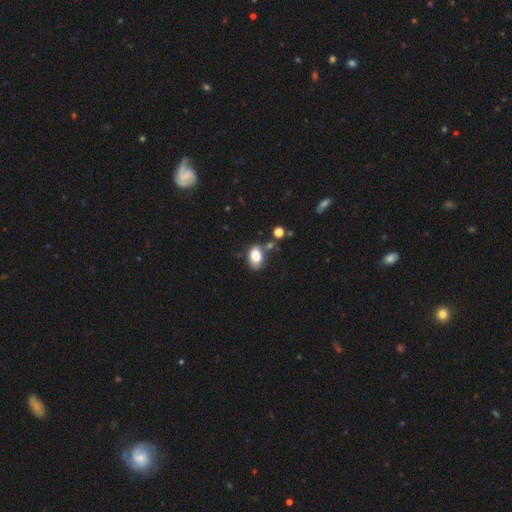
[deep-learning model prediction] Smooth or featured? Predicted: smooth (p=0.83). How rounded? Predicted: in between (p=0.82). Merging? Predicted: none (p=0.56).